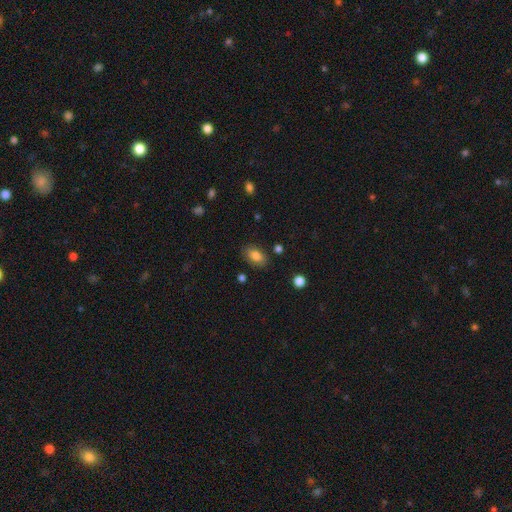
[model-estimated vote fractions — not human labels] smooth 81%, featured or disk 10%, star or artifact 9%. Down the decision tree: how rounded — in between (90%); merging — none (83%).